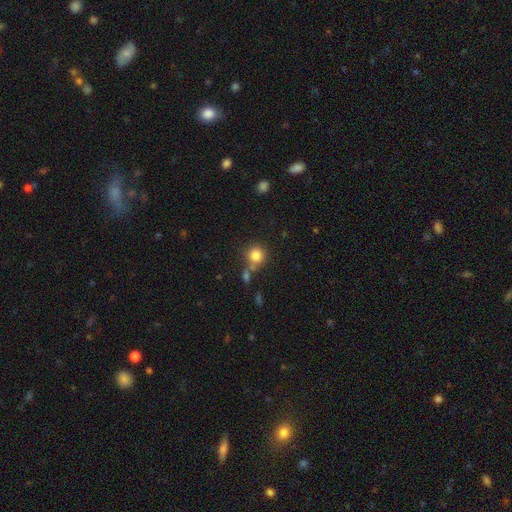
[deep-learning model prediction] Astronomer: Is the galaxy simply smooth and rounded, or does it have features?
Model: smooth — 82%.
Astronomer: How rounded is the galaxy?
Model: round — 90%.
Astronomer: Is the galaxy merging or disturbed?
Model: none — 66%.